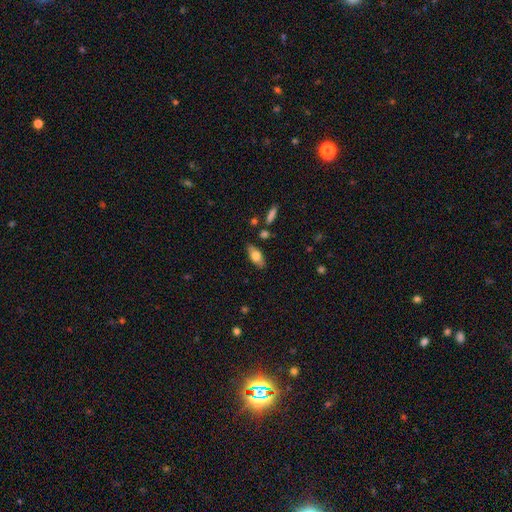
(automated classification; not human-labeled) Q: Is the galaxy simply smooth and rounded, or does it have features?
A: smooth — 74%.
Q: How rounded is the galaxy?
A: in between — 83%.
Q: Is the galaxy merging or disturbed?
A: none — 82%.